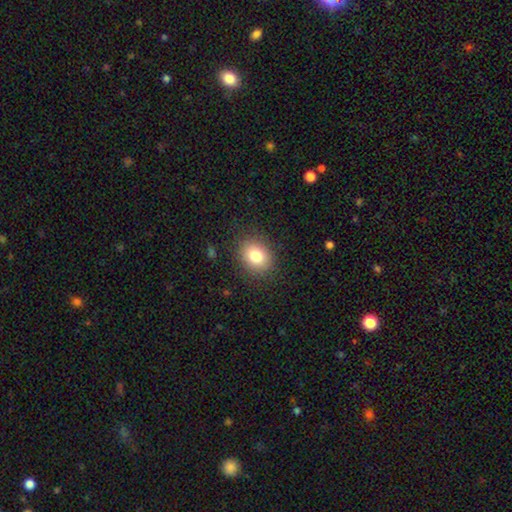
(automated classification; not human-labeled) smooth-or-featured: smooth: 82% | star or artifact: 10% | featured or disk: 8%
  how-rounded: round: 51% | in between: 48% | cigar-shaped: 1%
  merging: none: 86% | minor disturbance: 9% | major disturbance: 3% | merger: 1%